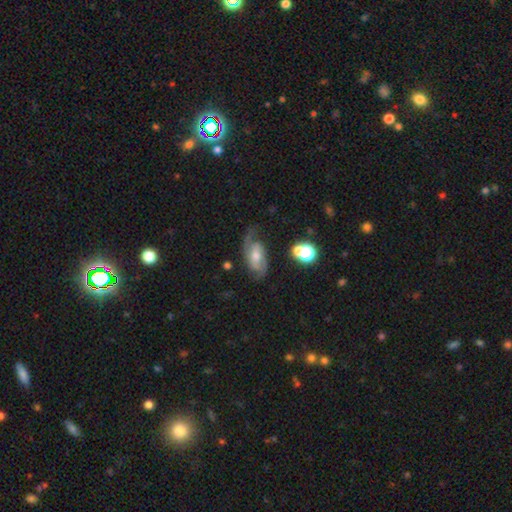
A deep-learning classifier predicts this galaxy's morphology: smooth-or-featured: featured or disk: 78% | smooth: 14% | star or artifact: 8%
  disk-edge-on: no: 95% | yes: 5%
    bar: no: 42% (tied) | weak: 42% (tied) | strong: 16%
    has-spiral-arms: yes: 95% | no: 5%
      spiral-winding: medium: 50% | tight: 27% | loose: 23%
      spiral-arm-count: 2: 84% | can't tell: 7% | 1: 5% | 3: 2% | 4: 1% | more than 4: 1%
    bulge-size: moderate: 55% | small: 34% | large: 7% | none: 3% | dominant: 1%
  merging: none: 68% | minor disturbance: 19% | major disturbance: 11% | merger: 3%